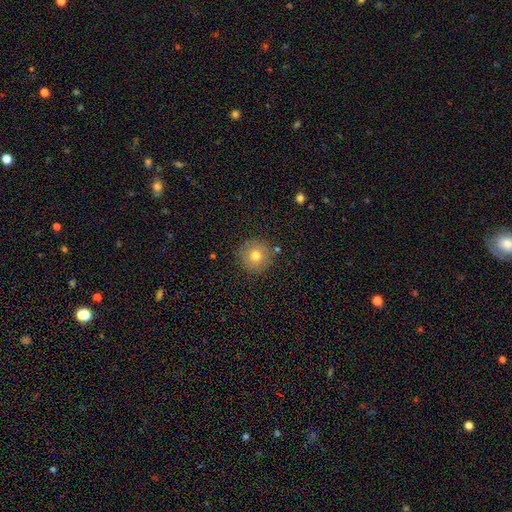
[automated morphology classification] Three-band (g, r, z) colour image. It shows a smooth galaxy with no disk features (74%) that is round (95%). Merging: none (86%).